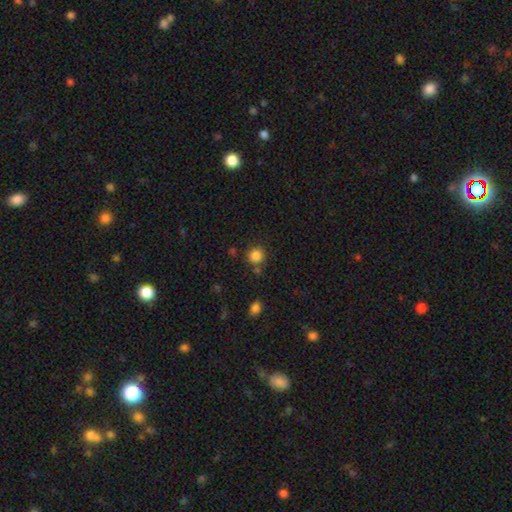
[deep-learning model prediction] Q: Smooth or featured?
A: smooth (85%); runner-up: star or artifact (11%)
Q: How rounded?
A: round (92%); runner-up: in between (7%)
Q: Merging?
A: none (78%); runner-up: minor disturbance (10%)